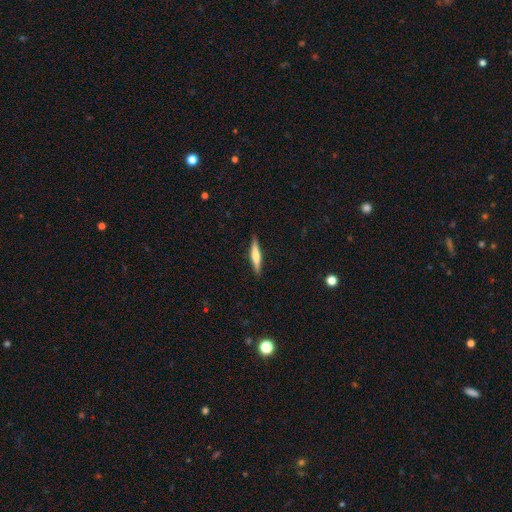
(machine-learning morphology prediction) Smooth or featured?
  - smooth: 53% *
  - featured or disk: 41%
  - star or artifact: 6%
How rounded?
  - cigar-shaped: 89% *
  - in between: 10%
  - round: 1%
Merging?
  - none: 89% *
  - minor disturbance: 8%
  - major disturbance: 2%
  - merger: 1%